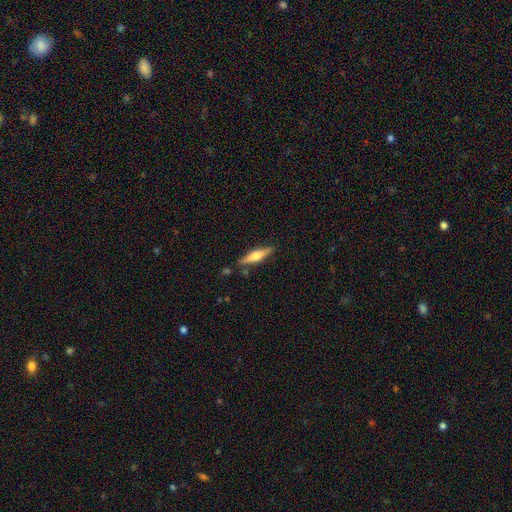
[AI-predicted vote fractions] smooth-or-featured: featured or disk: 54% | smooth: 40% | star or artifact: 6%
  disk-edge-on: yes: 96% | no: 4%
    edge-on-bulge: rounded: 86% | boxy: 9% | none: 5%
  merging: none: 84% | minor disturbance: 10% | merger: 3% | major disturbance: 2%